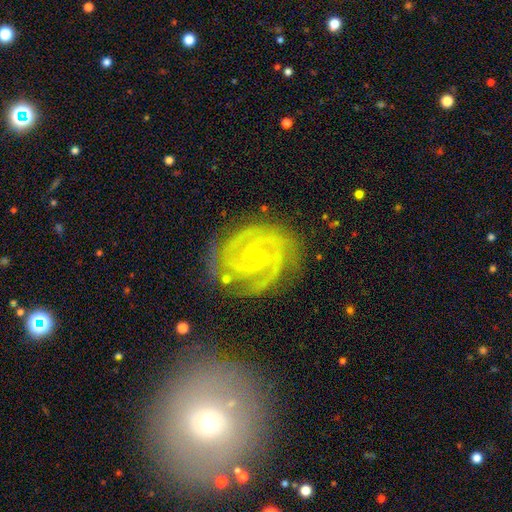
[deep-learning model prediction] Overall: featured or disk (92%). Edge-on disk: no (98%). Bar: no (67%). Spiral arms: yes (99%). Spiral arm count: 2 (45%; 3 29%). Spiral winding: tight (82%). Bulge size: small (87%). Merging: none (76%).